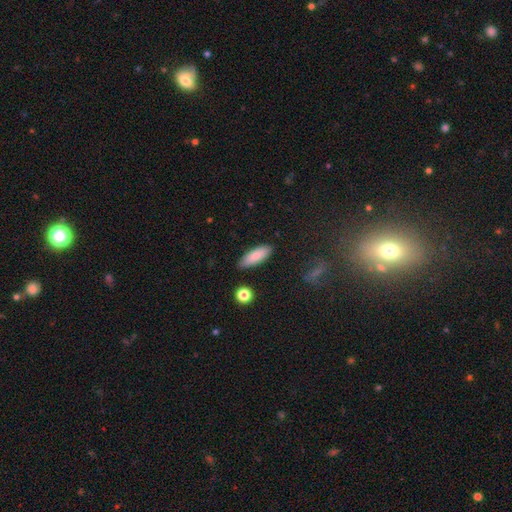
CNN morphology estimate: type=smooth (85%); roundness=in between (61%); merging=none (86%).